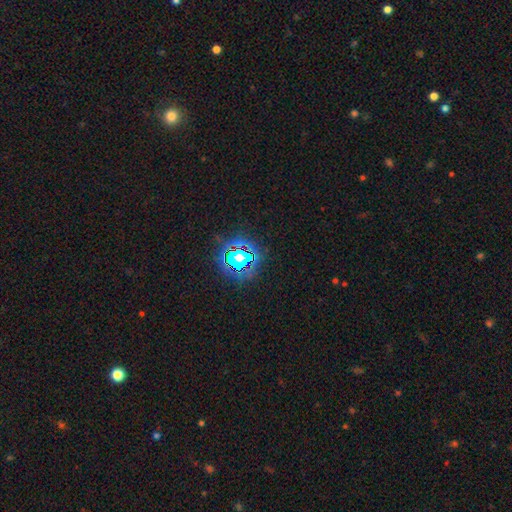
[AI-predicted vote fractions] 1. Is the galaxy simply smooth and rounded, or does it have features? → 80% star or artifact, 12% smooth, 8% featured or disk.